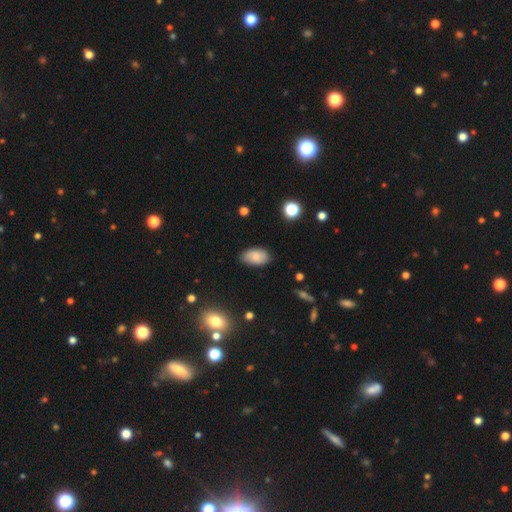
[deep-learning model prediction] smooth_or_featured: smooth (p=0.81) [alt: featured or disk p=0.11]
how_rounded: in between (p=0.93) [alt: round p=0.05]
merging: none (p=0.80) [alt: minor disturbance p=0.15]